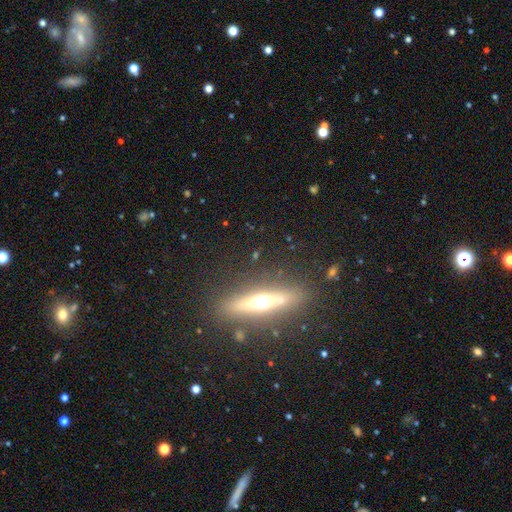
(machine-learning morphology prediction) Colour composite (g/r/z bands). It shows a featured or disk galaxy (64%) viewed edge-on (91%) with a rounded central bulge (93%). Merging: none (85%).